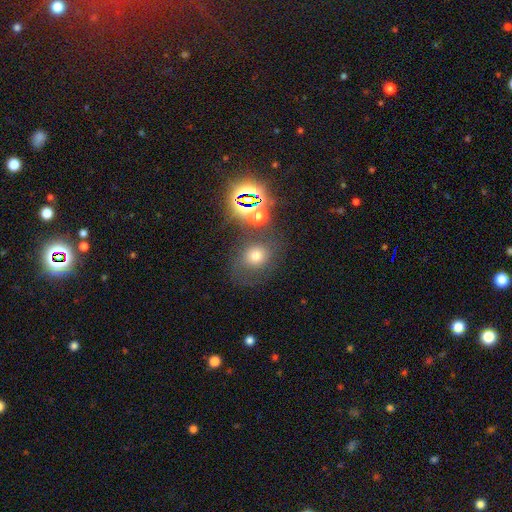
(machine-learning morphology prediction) Smooth or featured? smooth (62%)
How rounded? round (70%)
Merging? none (63%)